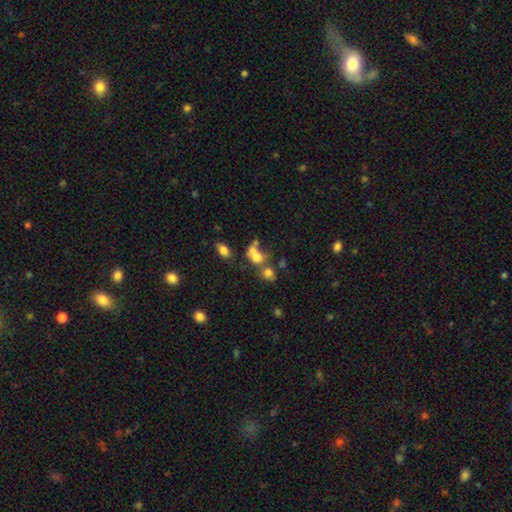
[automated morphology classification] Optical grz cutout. It shows a smooth galaxy with no disk features (66%) that is in between round and cigar-shaped (51%). Merging: merger (50%).